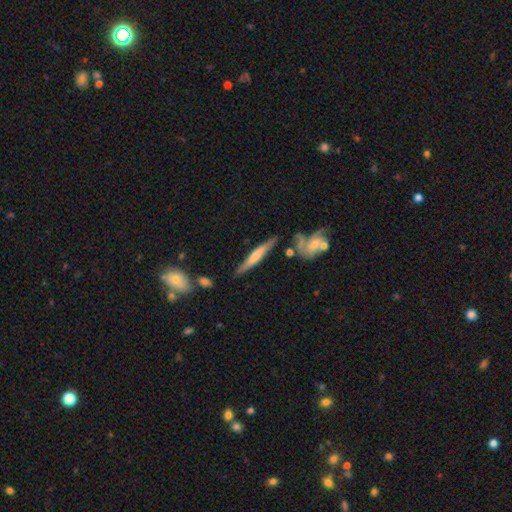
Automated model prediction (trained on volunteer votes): This is possibly a smooth galaxy (51%). How rounded: clearly cigar-shaped (91%). Merging: likely none (74%).